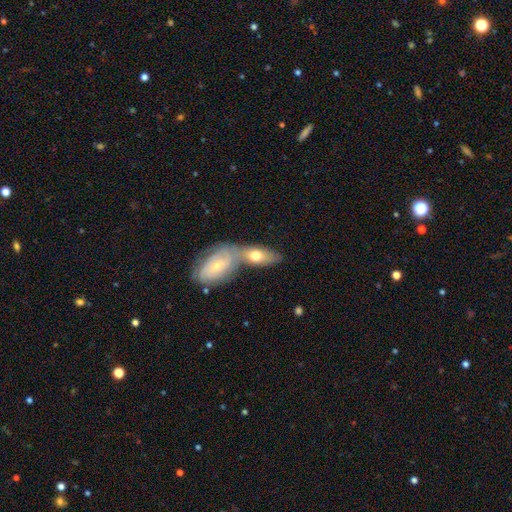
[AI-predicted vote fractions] A smooth galaxy with no disk features (57%) that is in between round and cigar-shaped (77%).

Vote fractions:
- Smooth or featured? smooth: 57% / featured or disk: 37% / star or artifact: 6%
- How rounded? in between: 77% / cigar-shaped: 17% / round: 6%
- Merging? merger: 54% / none: 32% / minor disturbance: 10% / major disturbance: 4%